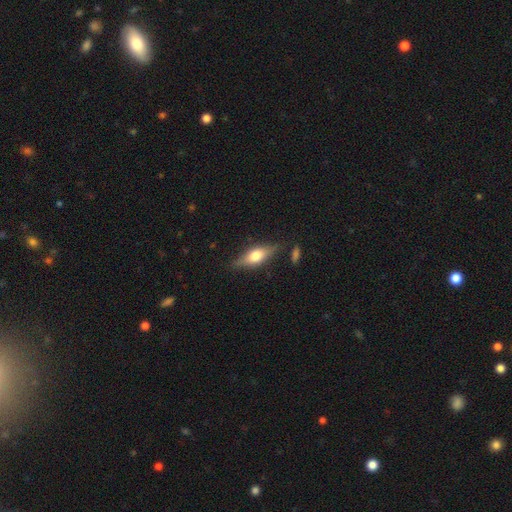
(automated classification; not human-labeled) A smooth galaxy with no disk features (47%). Merging: none (78%).